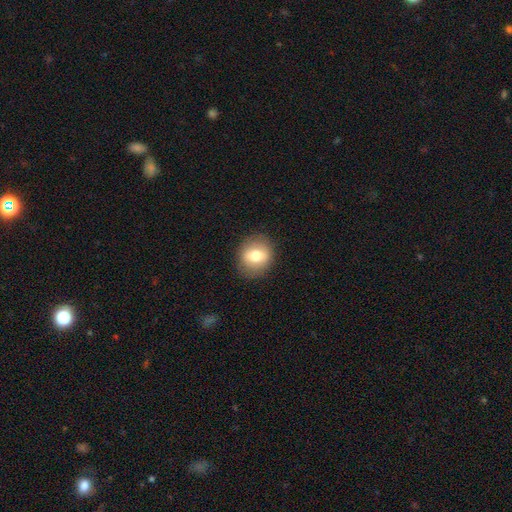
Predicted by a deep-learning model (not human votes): Smooth or featured? smooth (70%)
How rounded? round (72%)
Merging? none (87%)